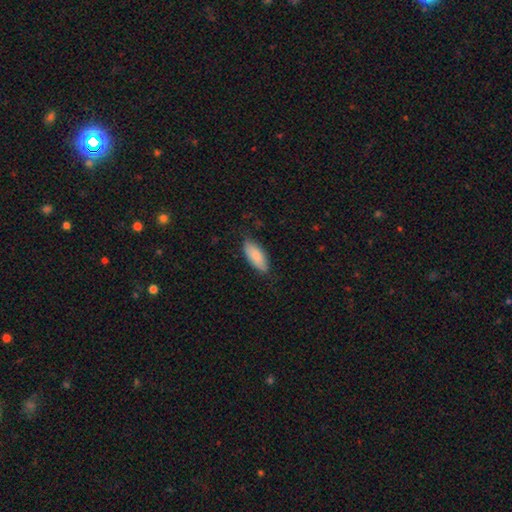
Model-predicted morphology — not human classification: Q: Smooth or featured?
A: smooth (79%); runner-up: featured or disk (15%)
Q: How rounded?
A: in between (82%); runner-up: cigar-shaped (16%)
Q: Merging?
A: none (78%); runner-up: minor disturbance (18%)